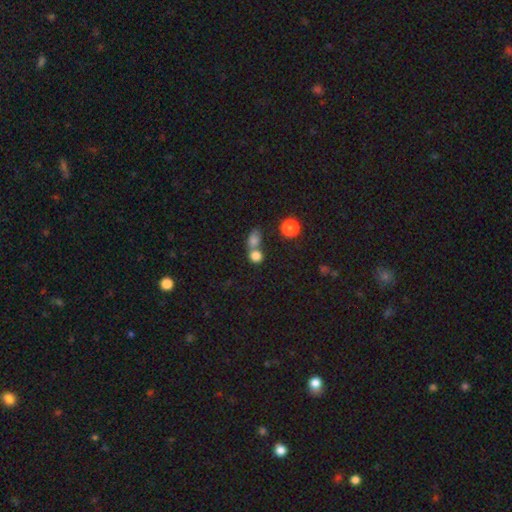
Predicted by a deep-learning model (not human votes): smooth 78%, star or artifact 14%, featured or disk 7%. Down the decision tree: how rounded — round (77%); merging — merger (46%).